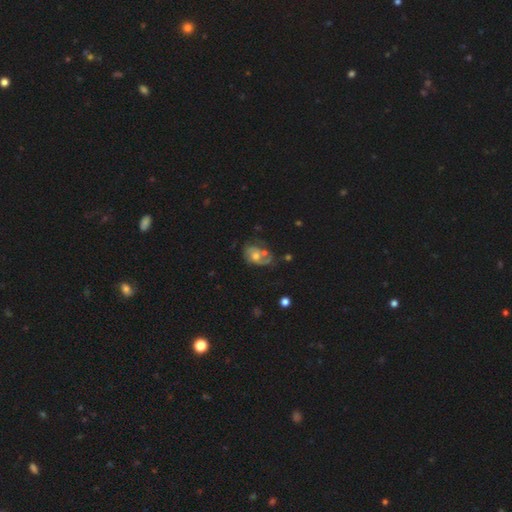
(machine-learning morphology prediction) Smooth or featured: featured or disk — 64% (smooth — 27%)
Edge-on disk: no — 97% (yes — 3%)
Bar: no — 76% (weak — 21%)
Spiral arms: yes — 77% (no — 23%)
Bulge size: moderate — 63% (small — 26%)
Merging: none — 42% (minor disturbance — 26%)